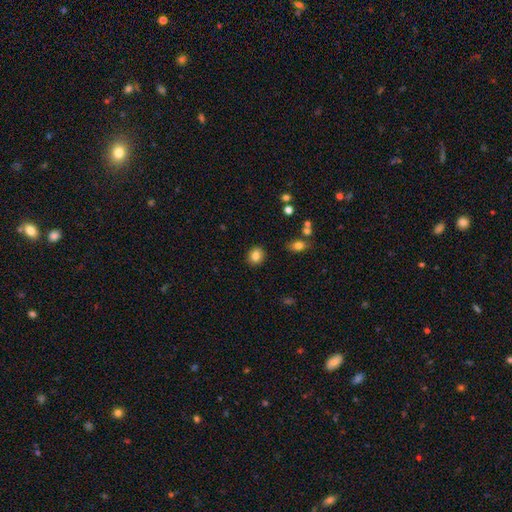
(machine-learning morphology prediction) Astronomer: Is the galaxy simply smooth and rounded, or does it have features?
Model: smooth — 84%.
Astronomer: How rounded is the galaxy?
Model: round — 66%.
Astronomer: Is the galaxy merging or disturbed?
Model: none — 89%.